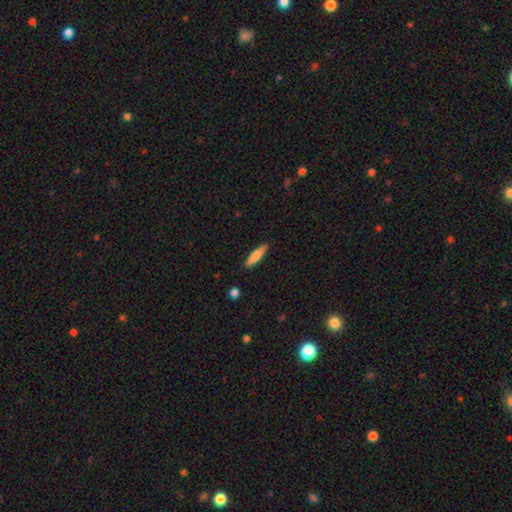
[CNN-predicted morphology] A smooth galaxy with no disk features (71%) that is cigar-shaped (78%). Merging: none (89%).